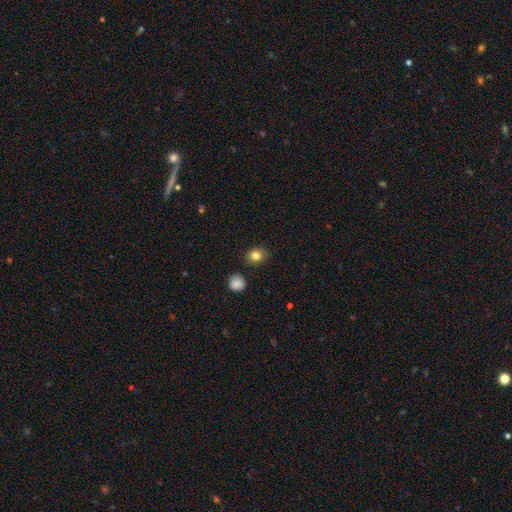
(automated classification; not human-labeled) smooth-or-featured: smooth: 83% | star or artifact: 11% | featured or disk: 6%
  how-rounded: round: 66% | in between: 33% | cigar-shaped: 1%
  merging: none: 86% | minor disturbance: 9% | merger: 2% | major disturbance: 2%